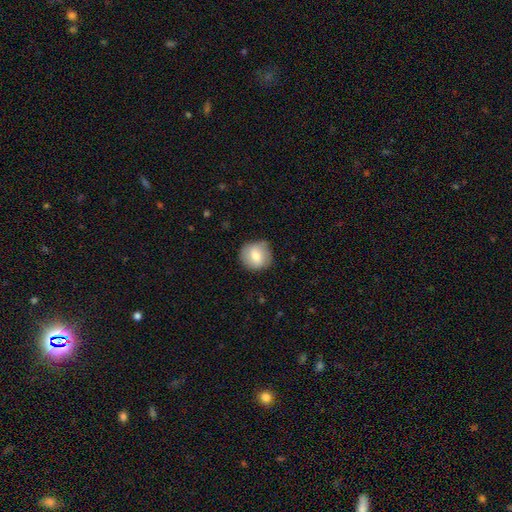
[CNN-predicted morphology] This appears to be a smooth galaxy with no disk features (73%) that is round (90%). Merging: none (82%).